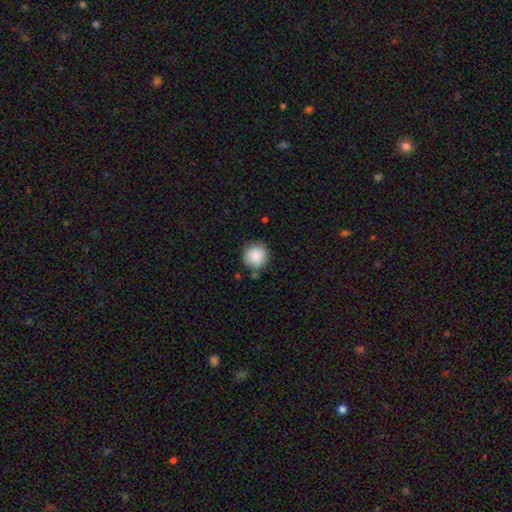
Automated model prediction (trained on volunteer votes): This is clearly a smooth galaxy (87%). How rounded: clearly round (92%). Merging: likely none (79%).